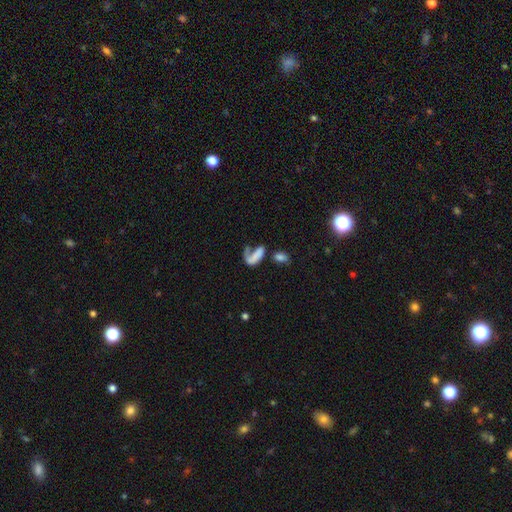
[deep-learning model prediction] The model was most divided on "smooth or featured": smooth: 50%, featured or disk: 38%, star or artifact: 12%. Remaining: how rounded — in between (73%); merging — major disturbance (38%).